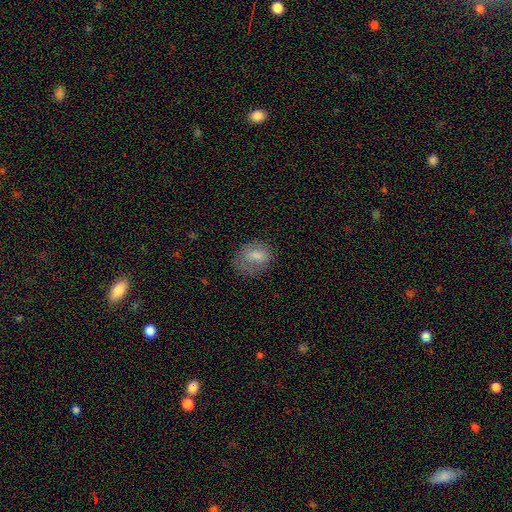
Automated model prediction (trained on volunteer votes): Smooth or featured: smooth — 75% (featured or disk — 16%)
How rounded: in between — 56% (round — 43%)
Merging: none — 52% (minor disturbance — 27%)